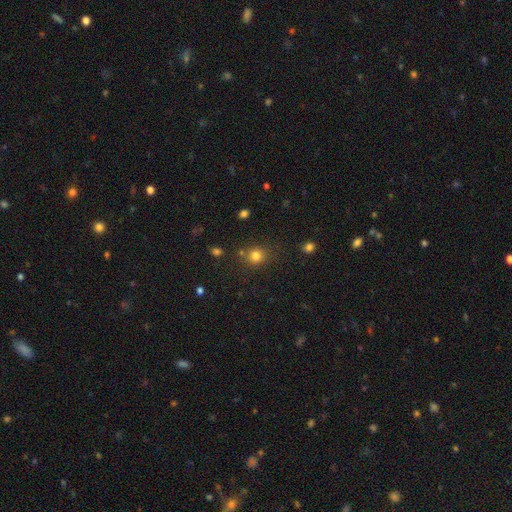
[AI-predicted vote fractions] A smooth galaxy with no disk features (79%) that is round (83%). Merging: none (76%).